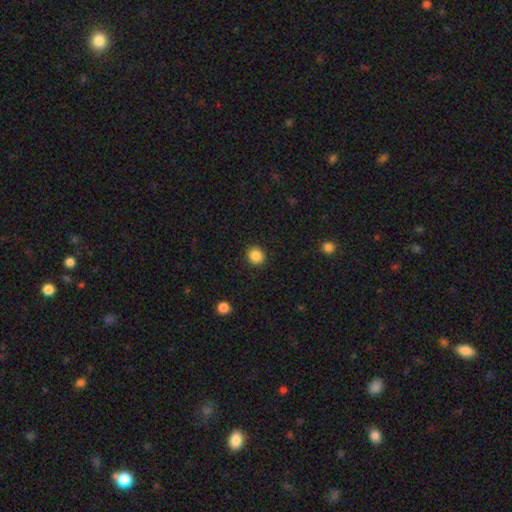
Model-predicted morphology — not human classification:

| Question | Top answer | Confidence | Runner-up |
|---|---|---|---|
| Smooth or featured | smooth | 86% | star or artifact (10%) |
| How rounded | round | 85% | in between (14%) |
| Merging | none | 91% | minor disturbance (6%) |